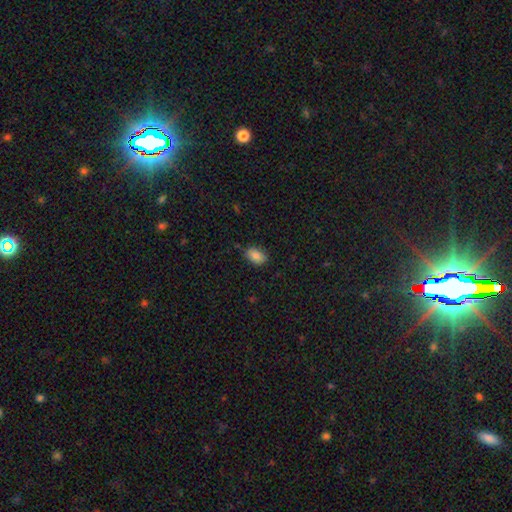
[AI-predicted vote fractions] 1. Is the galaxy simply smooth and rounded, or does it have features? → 84% smooth, 8% star or artifact, 8% featured or disk.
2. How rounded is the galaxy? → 88% in between, 11% round, 2% cigar-shaped.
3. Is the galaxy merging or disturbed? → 83% none, 14% minor disturbance, 3% major disturbance, 1% merger.